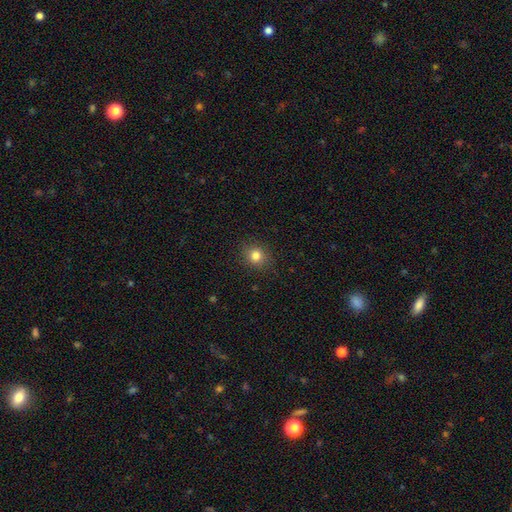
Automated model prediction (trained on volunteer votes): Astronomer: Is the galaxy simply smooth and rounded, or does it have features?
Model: smooth — 81%.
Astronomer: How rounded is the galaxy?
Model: round — 81%.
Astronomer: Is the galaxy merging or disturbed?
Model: none — 89%.